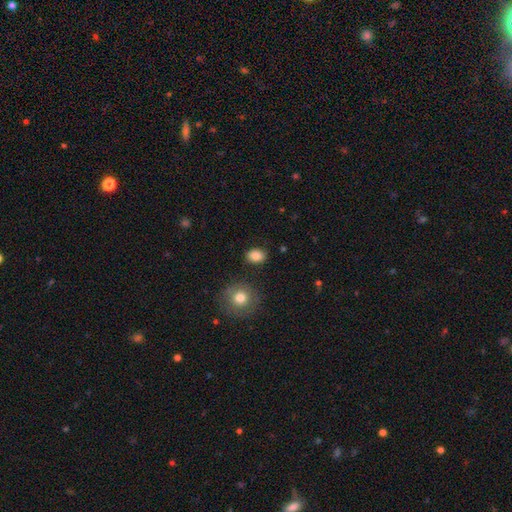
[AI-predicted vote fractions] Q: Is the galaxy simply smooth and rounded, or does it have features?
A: smooth — 84%.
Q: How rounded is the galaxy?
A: in between — 61%.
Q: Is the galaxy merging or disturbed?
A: none — 86%.